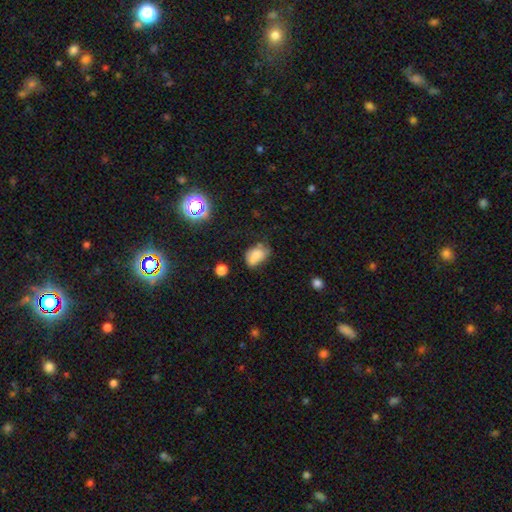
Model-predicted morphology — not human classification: Smooth or featured: smooth — 73% (featured or disk — 14%)
How rounded: in between — 84% (round — 14%)
Merging: none — 42% (minor disturbance — 35%)